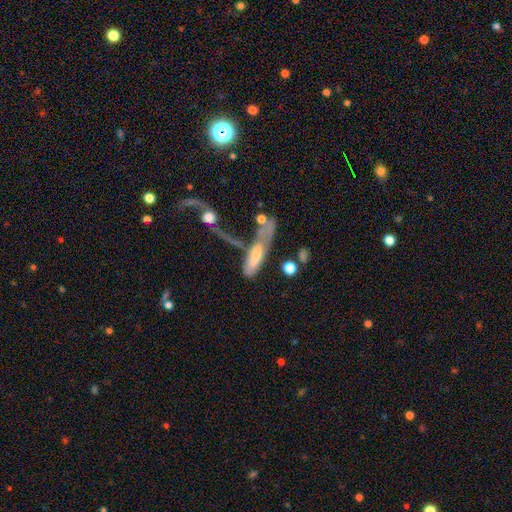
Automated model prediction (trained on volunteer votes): featured or disk 51%, smooth 38%, star or artifact 11%. Down the decision tree: edge-on disk — no (68%); merging — merger (38%).